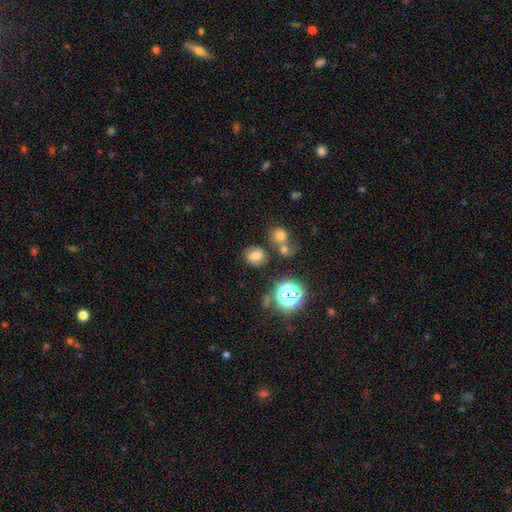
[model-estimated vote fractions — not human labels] Smooth or featured? Predicted: smooth (p=0.68). How rounded? Predicted: round (p=0.60). Merging? Predicted: none (p=0.71).